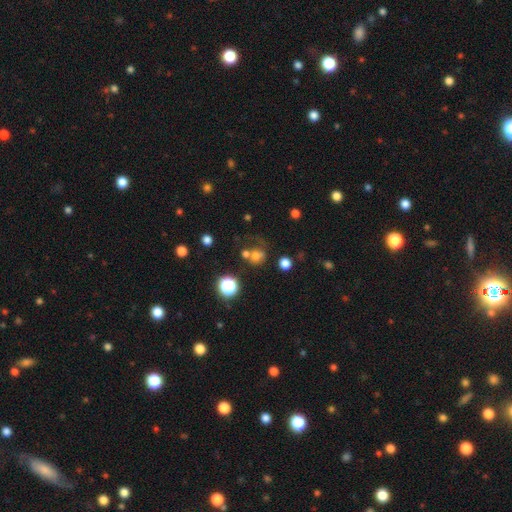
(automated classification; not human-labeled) smooth_or_featured: smooth (p=0.63) [alt: star or artifact p=0.23]
how_rounded: round (p=0.79) [alt: in between p=0.20]
merging: none (p=0.45) [alt: merger p=0.31]